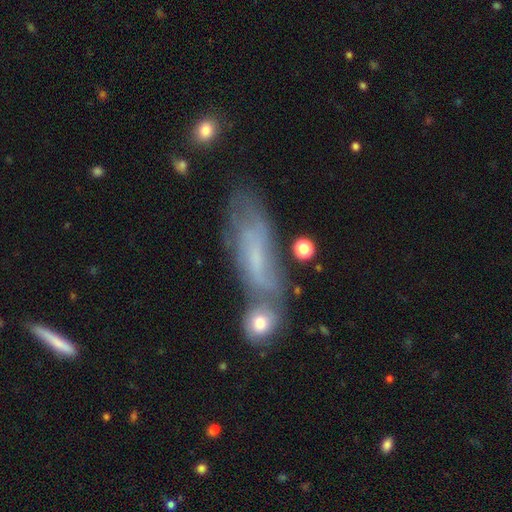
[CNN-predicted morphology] Smooth or featured? Predicted: featured or disk (p=0.52). Edge-on disk? Predicted: no (p=0.73). Merging? Predicted: none (p=0.52).